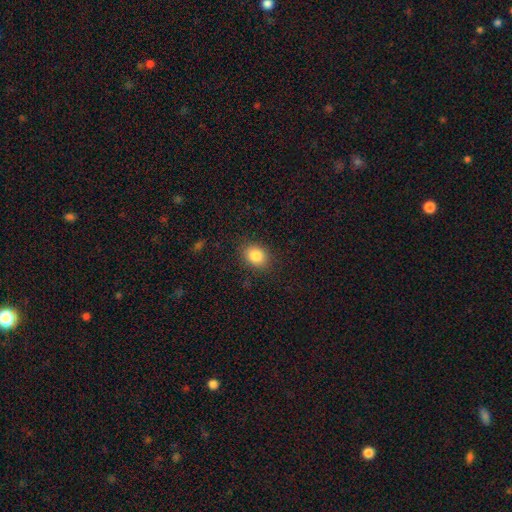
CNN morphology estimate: Smooth or featured: smooth — 84% (star or artifact — 10%)
How rounded: in between — 51% (round — 48%)
Merging: none — 87% (minor disturbance — 9%)